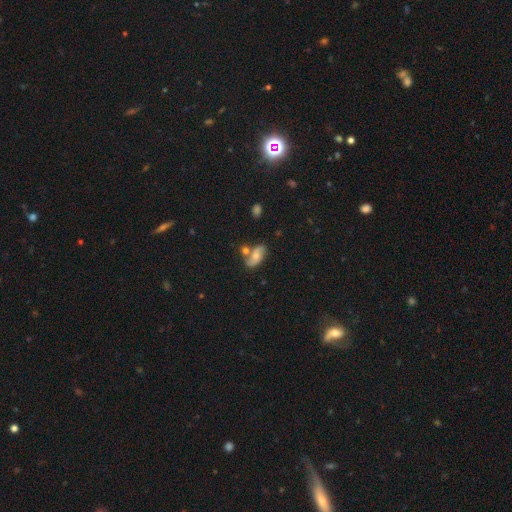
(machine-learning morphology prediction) type=featured or disk (49%); merging=none (51%).